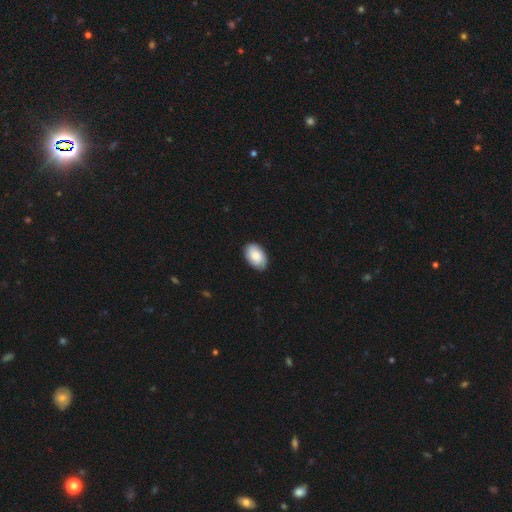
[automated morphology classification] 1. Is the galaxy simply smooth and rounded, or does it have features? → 82% smooth, 12% featured or disk, 6% star or artifact.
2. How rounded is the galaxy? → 93% in between, 6% round, 1% cigar-shaped.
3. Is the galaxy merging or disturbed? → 85% none, 12% minor disturbance, 2% major disturbance, 1% merger.